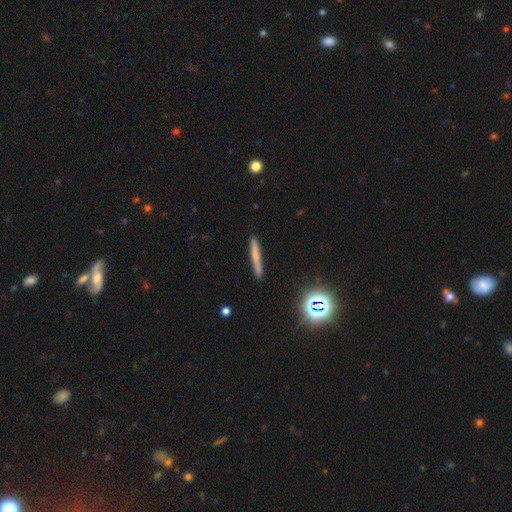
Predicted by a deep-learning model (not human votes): Smooth or featured: smooth — 59% (featured or disk — 30%)
How rounded: cigar-shaped — 94% (in between — 3%)
Merging: none — 89% (minor disturbance — 8%)